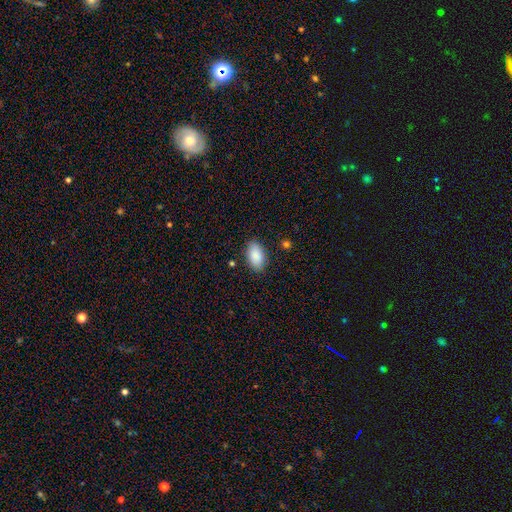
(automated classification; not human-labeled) smooth-or-featured: smooth: 89% | star or artifact: 7% | featured or disk: 5%
  how-rounded: in between: 93% | round: 5% | cigar-shaped: 2%
  merging: none: 85% | minor disturbance: 11% | major disturbance: 3% | merger: 1%